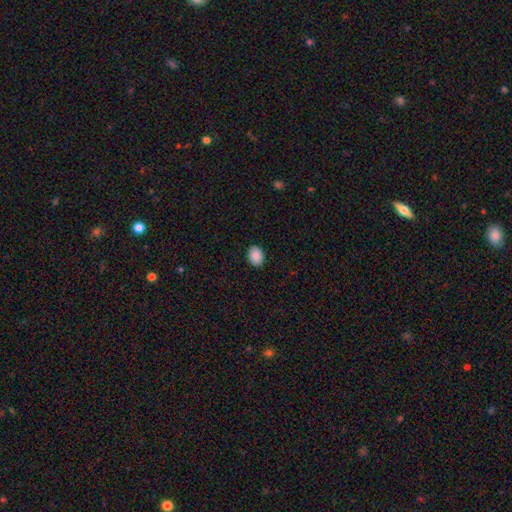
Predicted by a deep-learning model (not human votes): smooth_or_featured: smooth (p=0.89) [alt: star or artifact p=0.07]
how_rounded: in between (p=0.67) [alt: round p=0.33]
merging: none (p=0.90) [alt: minor disturbance p=0.07]